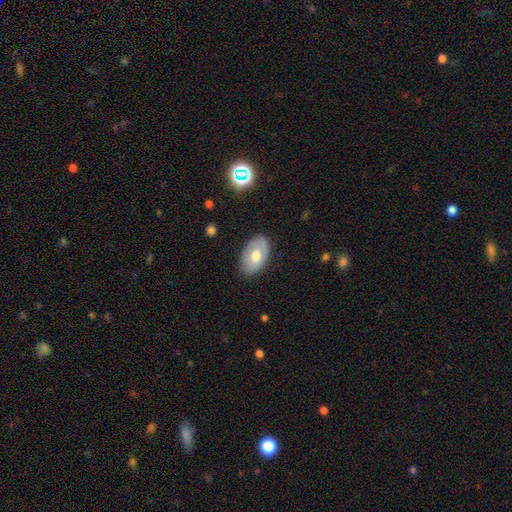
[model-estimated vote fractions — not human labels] Morphology: type=smooth (62%); roundness=in between (92%); merging=none (81%).